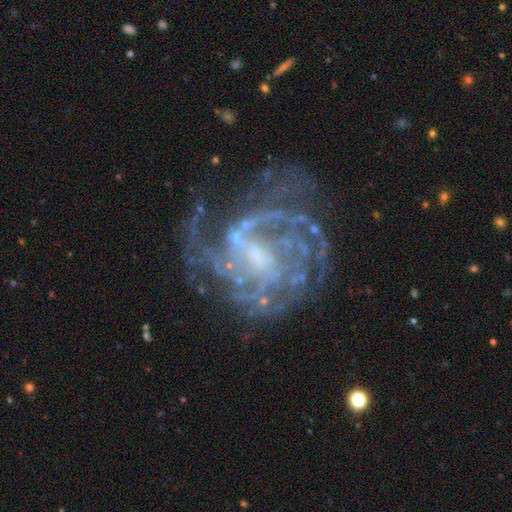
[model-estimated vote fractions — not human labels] A featured or disk galaxy (87%) with a weak bar (47%), tight (47%) spiral arms (89%) and a small central bulge (38%).

Vote fractions:
- Smooth or featured? featured or disk: 87% / star or artifact: 8% / smooth: 5%
- Edge-on disk? no: 98% / yes: 2%
- Bar? weak: 47% / no: 37% / strong: 16%
- Spiral arms? yes: 89% / no: 11%
- Spiral winding? tight: 47% / medium: 39% / loose: 14%
- Spiral arm count? can't tell: 37% / 3: 19% / 2: 17% / 4: 12% / 1: 8% / more than 4: 8%
- Bulge size? small: 38% / none: 29% / moderate: 28% / large: 3% / dominant: 1%
- Merging? none: 57% / major disturbance: 22% / minor disturbance: 18% / merger: 3%